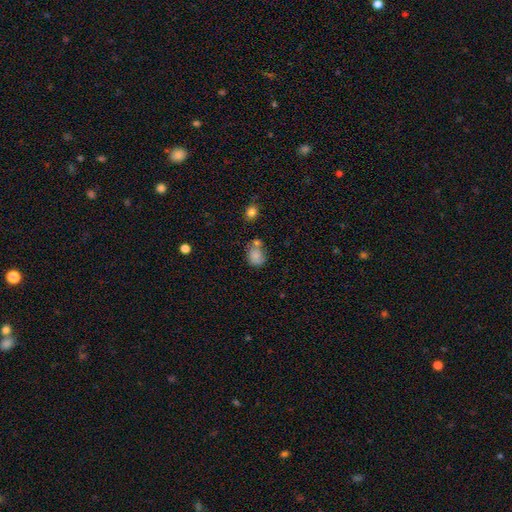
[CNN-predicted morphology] Smooth or featured? Predicted: smooth (p=0.79). How rounded? Predicted: round (p=0.59). Merging? Predicted: none (p=0.47).